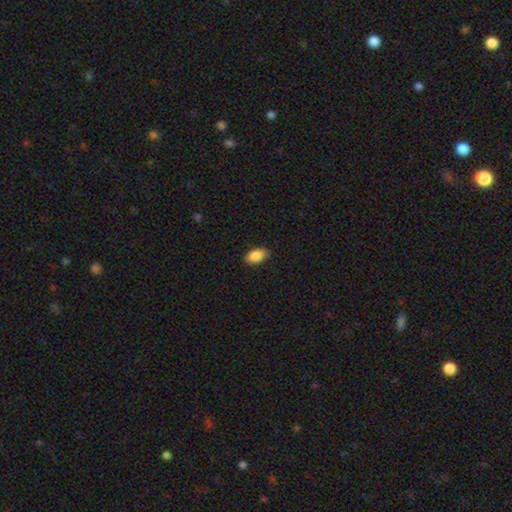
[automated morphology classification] Smooth or featured? Predicted: smooth (p=0.87). How rounded? Predicted: in between (p=0.91). Merging? Predicted: none (p=0.84).